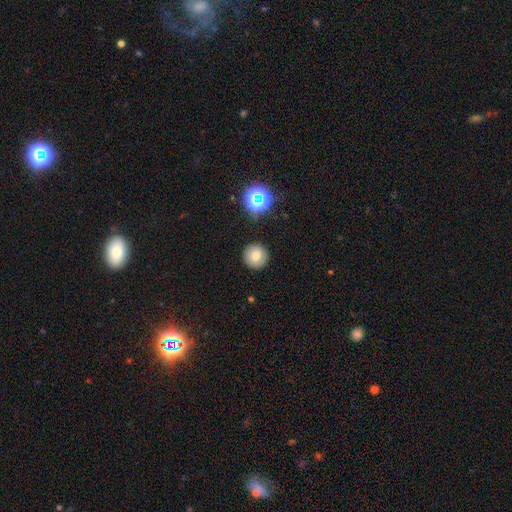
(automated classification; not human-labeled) This is likely a smooth galaxy (74%). How rounded: clearly round (95%). Merging: clearly none (90%).